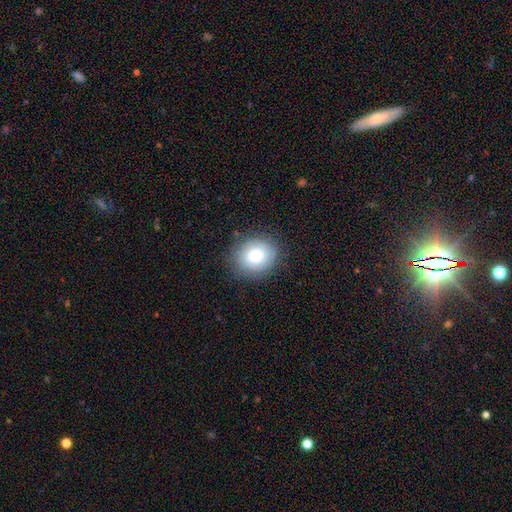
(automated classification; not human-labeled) A smooth galaxy with no disk features (78%) that is round (71%). Merging: none (81%).